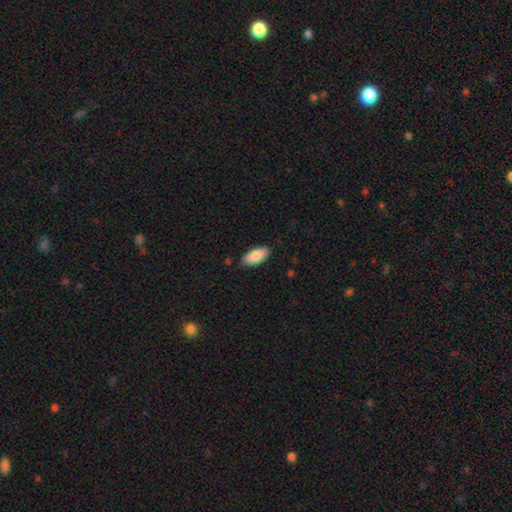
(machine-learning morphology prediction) type=smooth (86%); roundness=in between (89%); merging=none (85%).